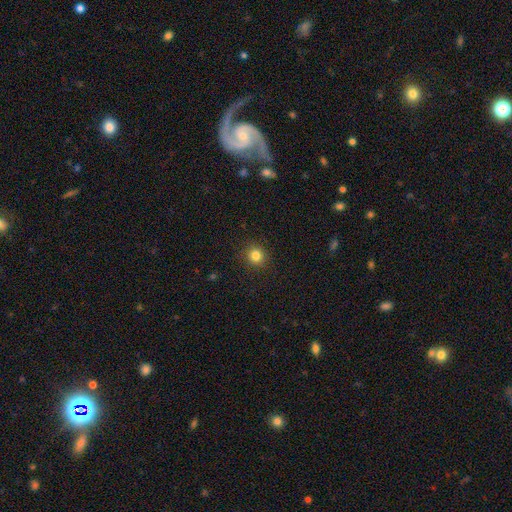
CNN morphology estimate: The model was most divided on "smooth or featured": smooth: 83%, star or artifact: 12%, featured or disk: 5%. More confident: merging — none (91%); how rounded — round (91%).